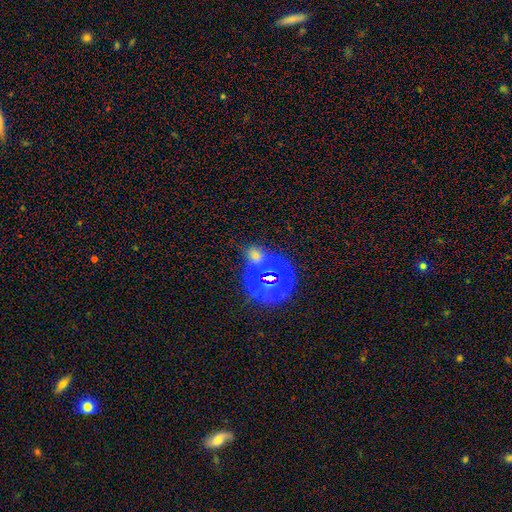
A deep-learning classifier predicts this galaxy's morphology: Smooth or featured: star or artifact — 62% (smooth — 30%)